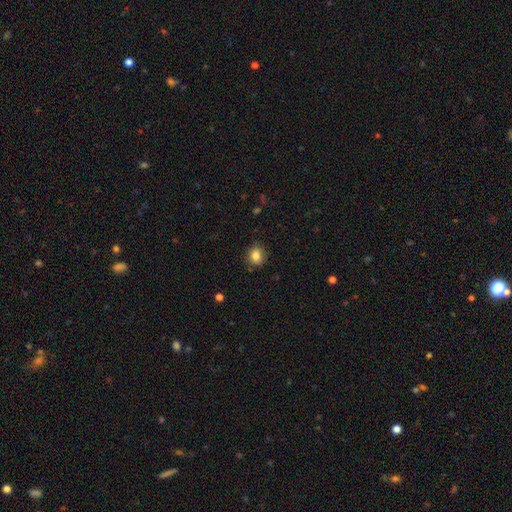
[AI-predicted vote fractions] Smooth or featured?
  - smooth: 84% *
  - star or artifact: 10%
  - featured or disk: 7%
How rounded?
  - round: 56% *
  - in between: 43%
  - cigar-shaped: 1%
Merging?
  - none: 84% *
  - minor disturbance: 12%
  - major disturbance: 3%
  - merger: 1%